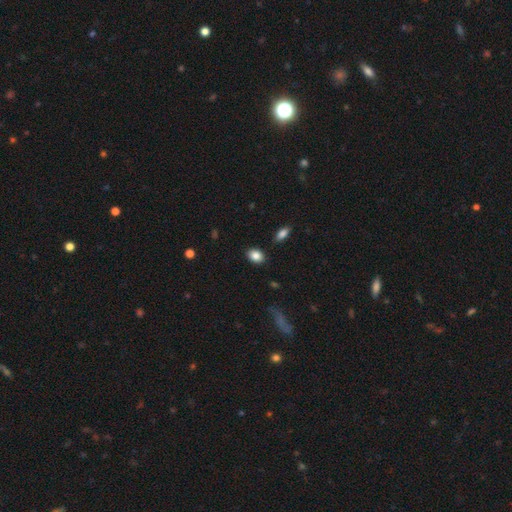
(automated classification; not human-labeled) Q: Smooth or featured?
A: smooth (86%); runner-up: star or artifact (8%)
Q: How rounded?
A: in between (70%); runner-up: round (28%)
Q: Merging?
A: none (87%); runner-up: minor disturbance (9%)